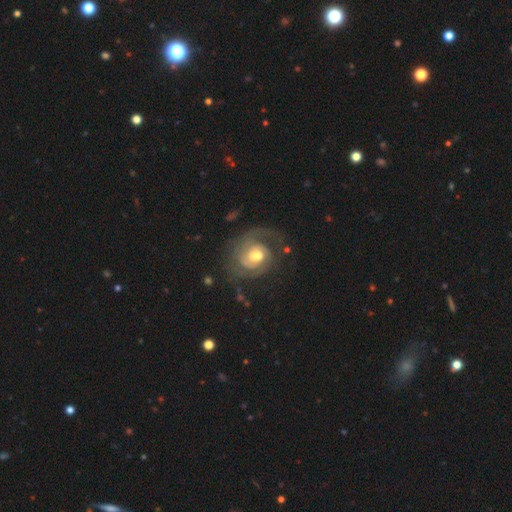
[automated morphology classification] A featured or disk galaxy (83%) with no bar (52%), 2 (47%) tight (51%) spiral arms (93%) and a moderate central bulge (63%).

Vote fractions:
- Smooth or featured? featured or disk: 83% / smooth: 11% / star or artifact: 6%
- Edge-on disk? no: 98% / yes: 2%
- Bar? no: 52% / weak: 40% / strong: 8%
- Spiral arms? yes: 93% / no: 7%
- Spiral winding? tight: 51% / medium: 36% / loose: 13%
- Spiral arm count? 2: 47% / 1: 20% / can't tell: 17% / 3: 9% / 4: 3% / more than 4: 3%
- Bulge size? moderate: 63% / large: 19% / small: 14% / none: 2% / dominant: 2%
- Merging? none: 61% / minor disturbance: 18% / major disturbance: 18% / merger: 3%